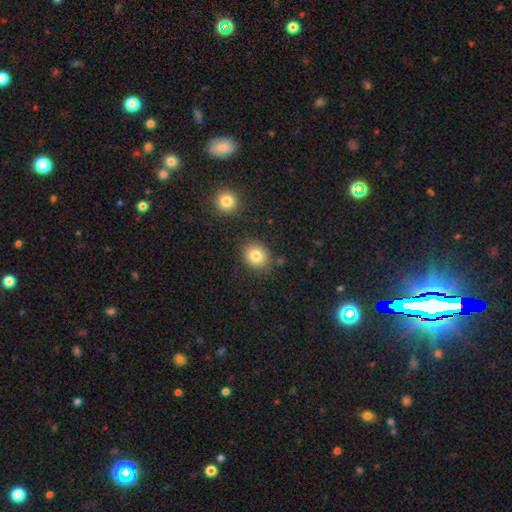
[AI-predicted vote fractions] Q: Smooth or featured?
A: smooth (82%); runner-up: star or artifact (10%)
Q: How rounded?
A: round (72%); runner-up: in between (28%)
Q: Merging?
A: none (82%); runner-up: minor disturbance (10%)